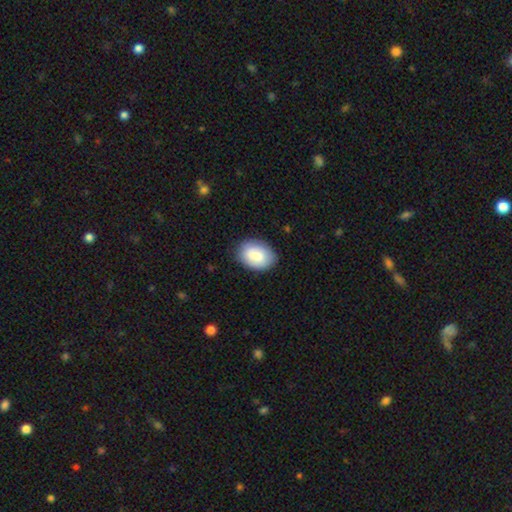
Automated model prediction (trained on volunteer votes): A smooth galaxy with no disk features (80%) that is in between round and cigar-shaped (82%).

Vote fractions:
- Smooth or featured? smooth: 80% / featured or disk: 14% / star or artifact: 6%
- How rounded? in between: 82% / round: 17% / cigar-shaped: 1%
- Merging? none: 84% / minor disturbance: 12% / major disturbance: 3% / merger: 1%